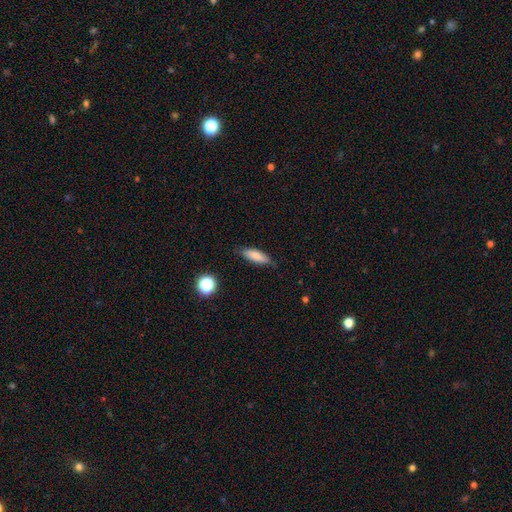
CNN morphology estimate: Q: Smooth or featured?
A: smooth (79%); runner-up: featured or disk (13%)
Q: How rounded?
A: in between (53%); runner-up: cigar-shaped (45%)
Q: Merging?
A: none (78%); runner-up: minor disturbance (17%)